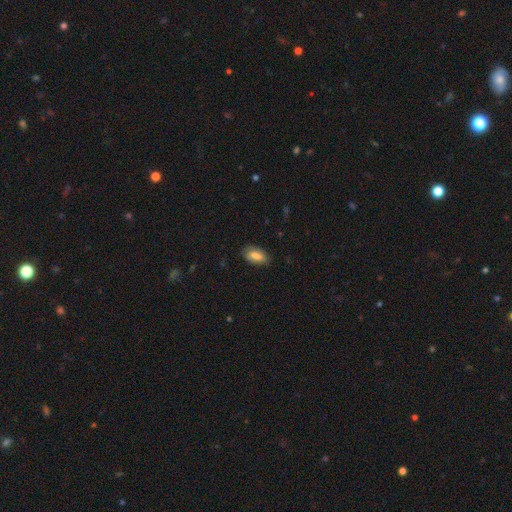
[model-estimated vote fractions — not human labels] Overall: smooth (79%). How rounded: in between (91%). Merging: none (78%).